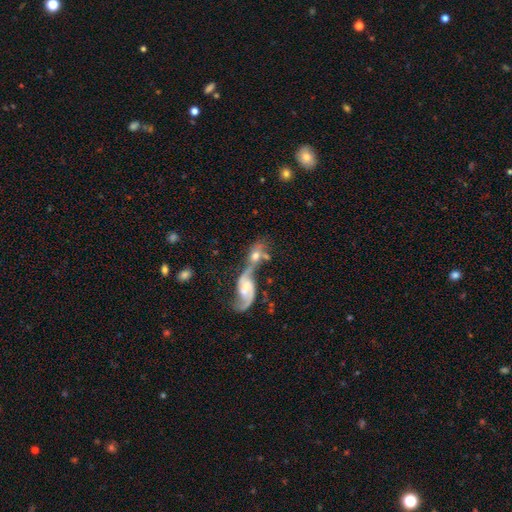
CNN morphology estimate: Q: Smooth or featured?
A: featured or disk (57%); runner-up: smooth (34%)
Q: Edge-on disk?
A: no (89%); runner-up: yes (11%)
Q: Bar?
A: no (56%); runner-up: weak (34%)
Q: Spiral arms?
A: yes (72%); runner-up: no (28%)
Q: Bulge size?
A: moderate (46%); runner-up: small (31%)
Q: Merging?
A: merger (71%); runner-up: none (14%)